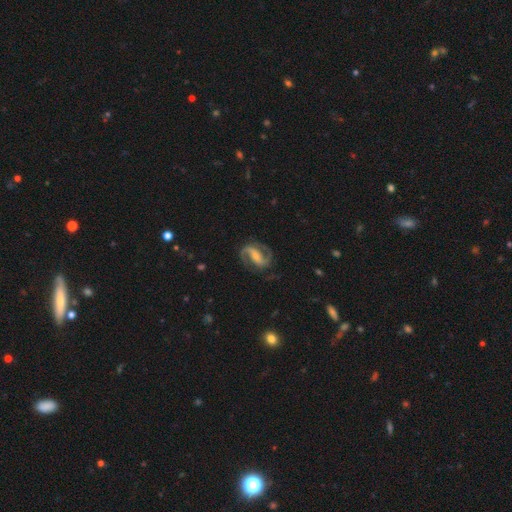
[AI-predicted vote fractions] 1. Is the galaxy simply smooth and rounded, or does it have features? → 91% featured or disk, 5% smooth, 4% star or artifact.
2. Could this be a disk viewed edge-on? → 98% no, 2% yes.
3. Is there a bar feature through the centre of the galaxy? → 48% strong, 35% weak, 17% no.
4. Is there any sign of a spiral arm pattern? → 98% yes, 2% no.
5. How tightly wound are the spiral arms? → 58% medium, 23% loose, 19% tight.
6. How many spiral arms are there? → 93% 2, 2% can't tell, 2% 1, 1% 3, 1% 4, 1% more than 4.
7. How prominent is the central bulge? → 51% small, 35% moderate, 8% none, 4% large, 1% dominant.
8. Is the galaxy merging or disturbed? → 79% none, 13% minor disturbance, 7% major disturbance, 1% merger.